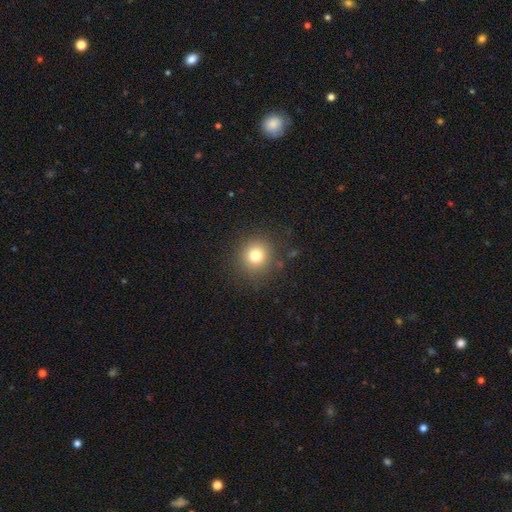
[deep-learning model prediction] Morphology: type=smooth (78%); roundness=round (89%); merging=none (87%).